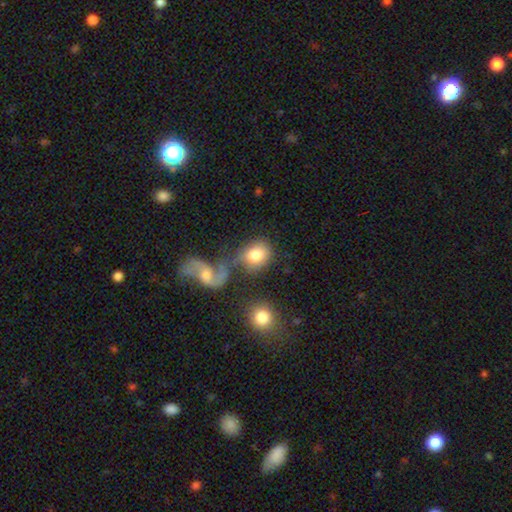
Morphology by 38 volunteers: Overall: smooth (74%). How rounded: round (86%). Merging: none (33%; merger 31%).